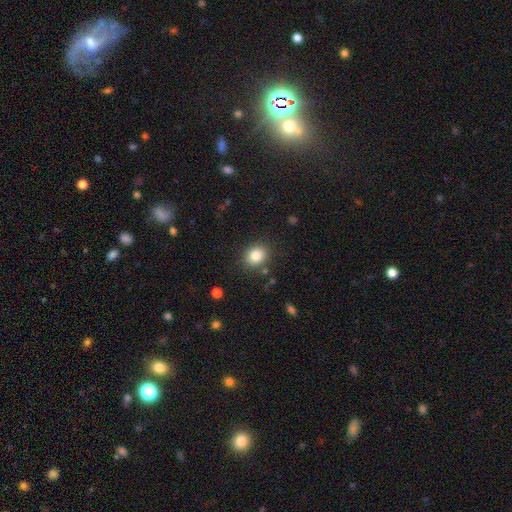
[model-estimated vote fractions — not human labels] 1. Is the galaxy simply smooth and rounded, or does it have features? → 83% smooth, 10% star or artifact, 7% featured or disk.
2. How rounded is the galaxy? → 56% round, 44% in between, 1% cigar-shaped.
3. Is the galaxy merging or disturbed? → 85% none, 10% minor disturbance, 3% major disturbance, 2% merger.